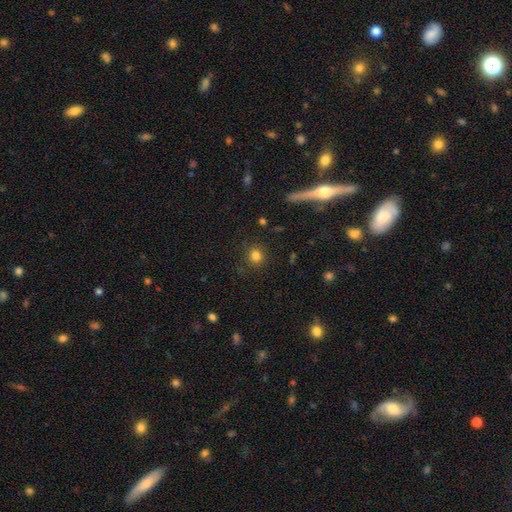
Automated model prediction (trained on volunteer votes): The model was most divided on "smooth or featured": smooth: 82%, star or artifact: 12%, featured or disk: 6%. More confident: how rounded — round (90%); merging — none (86%).